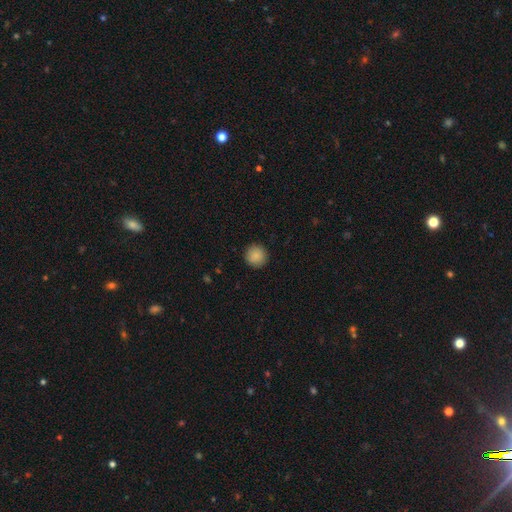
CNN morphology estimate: This appears to be a smooth galaxy with no disk features (88%) that is round (95%). Merging: none (92%).